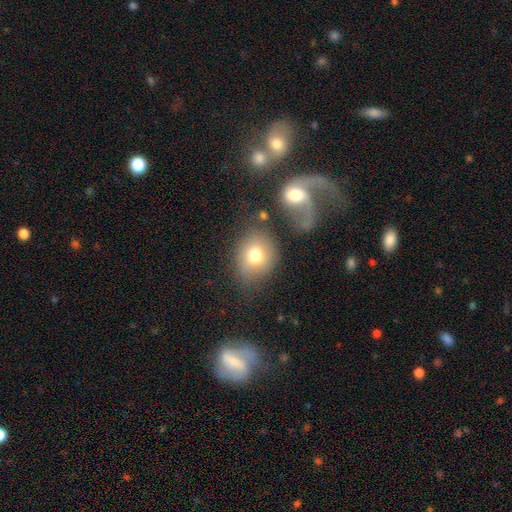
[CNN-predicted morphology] Smooth or featured: smooth — 73% (featured or disk — 18%)
How rounded: round — 56% (in between — 43%)
Merging: none — 61% (minor disturbance — 17%)